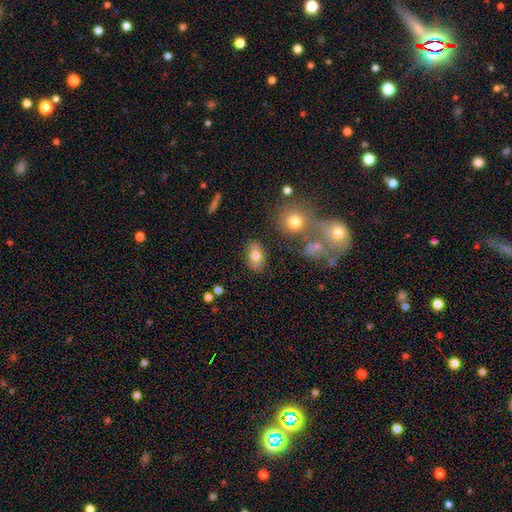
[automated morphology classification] A smooth galaxy with no disk features (73%) that is in between round and cigar-shaped (87%). Merging: none (84%).